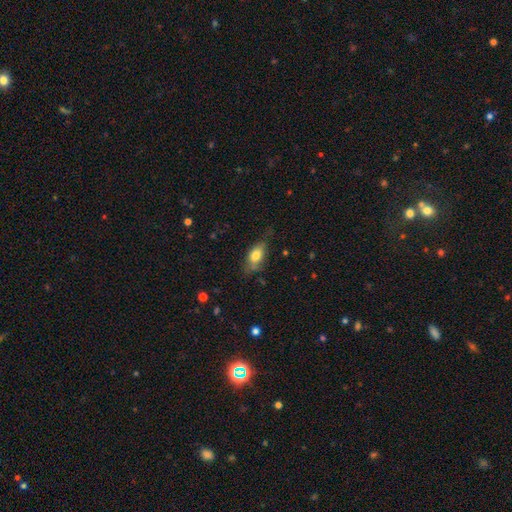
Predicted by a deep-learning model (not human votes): The model was most divided on "merging": none: 60%, minor disturbance: 29%, major disturbance: 9%, merger: 2%. More confident: how rounded — in between (84%); smooth or featured — smooth (72%).